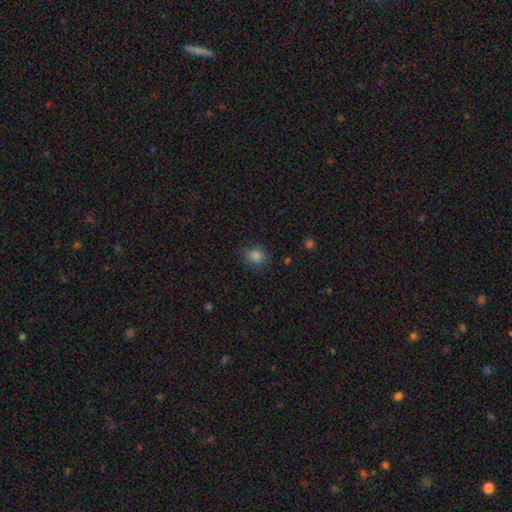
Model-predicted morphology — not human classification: A smooth galaxy with no disk features (83%) that is round (81%). Merging: none (81%).